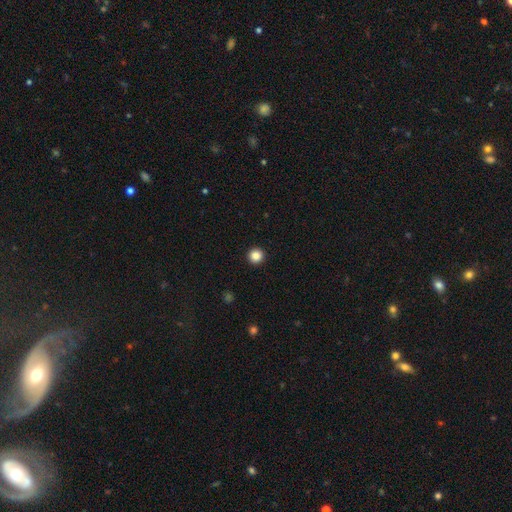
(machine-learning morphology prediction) This is clearly a smooth galaxy (85%). How rounded: clearly round (96%). Merging: clearly none (94%).